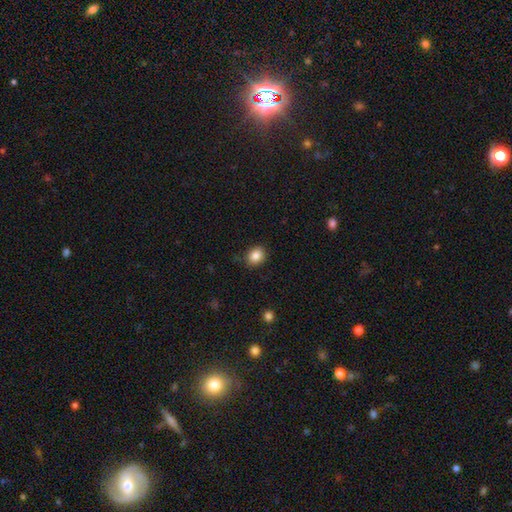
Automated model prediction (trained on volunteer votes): smooth-or-featured: smooth: 85% | star or artifact: 10% | featured or disk: 5%
  how-rounded: round: 57% | in between: 42% | cigar-shaped: 1%
  merging: none: 87% | minor disturbance: 10% | major disturbance: 2% | merger: 1%